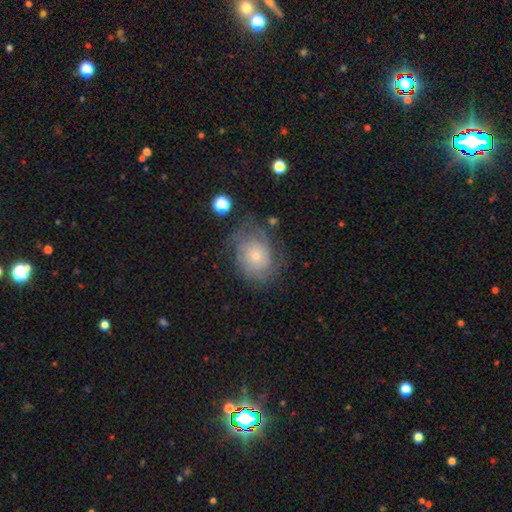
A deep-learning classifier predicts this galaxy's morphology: Smooth or featured? Predicted: featured or disk (p=0.46). Merging? Predicted: none (p=0.55).